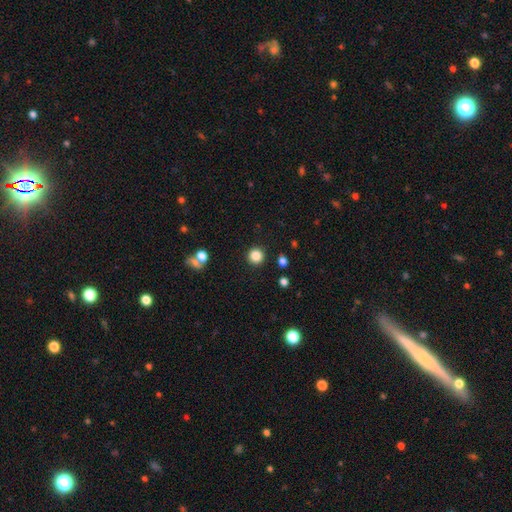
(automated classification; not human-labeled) The model was most divided on "smooth or featured": smooth: 85%, star or artifact: 12%, featured or disk: 4%. More confident: how rounded — round (95%); merging — none (91%).